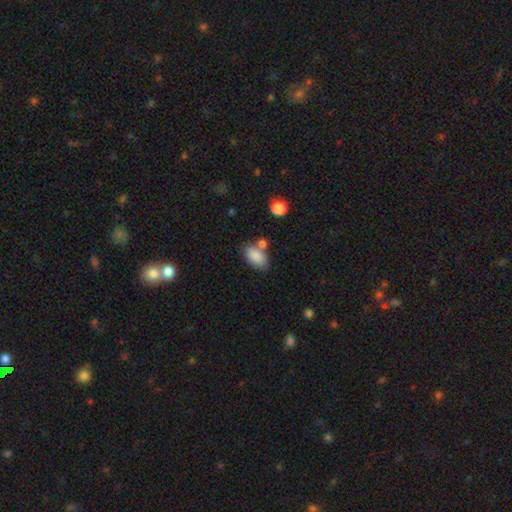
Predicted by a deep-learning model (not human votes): Q: Smooth or featured?
A: smooth (86%); runner-up: star or artifact (8%)
Q: How rounded?
A: in between (91%); runner-up: round (7%)
Q: Merging?
A: none (64%); runner-up: minor disturbance (16%)